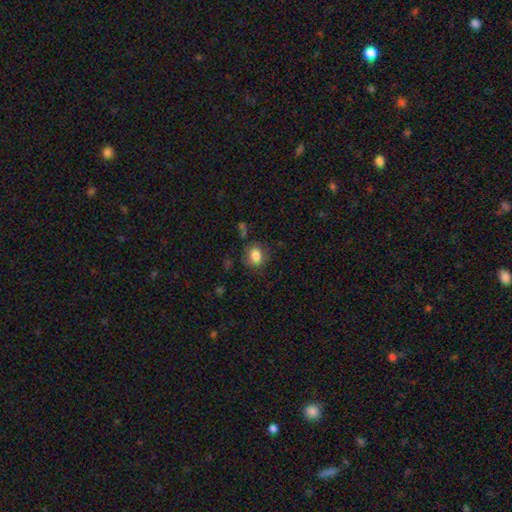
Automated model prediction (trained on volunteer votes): This is clearly a smooth galaxy (83%). How rounded: possibly round (55%). Merging: likely none (79%).